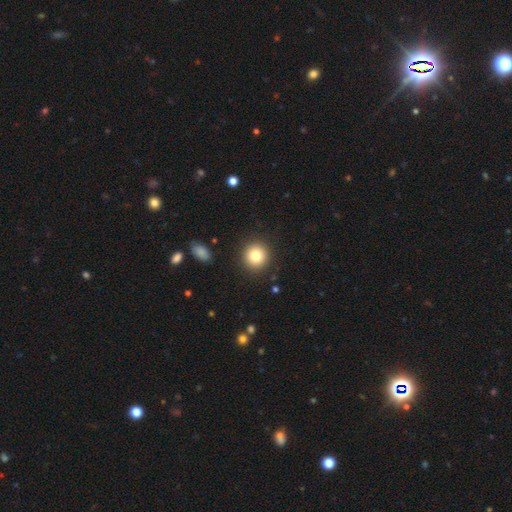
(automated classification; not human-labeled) Morphology: type=smooth (82%); roundness=round (92%); merging=none (90%).